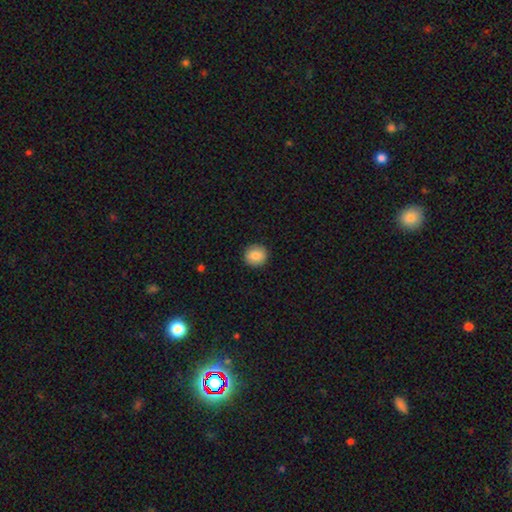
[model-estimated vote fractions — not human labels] Smooth or featured? smooth (87%)
How rounded? round (90%)
Merging? none (92%)